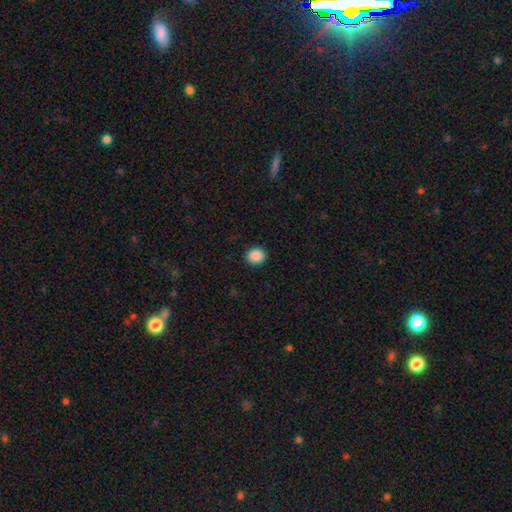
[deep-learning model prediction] smooth-or-featured: smooth: 89% | star or artifact: 8% | featured or disk: 2%
  how-rounded: round: 68% | in between: 31% | cigar-shaped: 1%
  merging: none: 91% | minor disturbance: 6% | major disturbance: 2% | merger: 1%